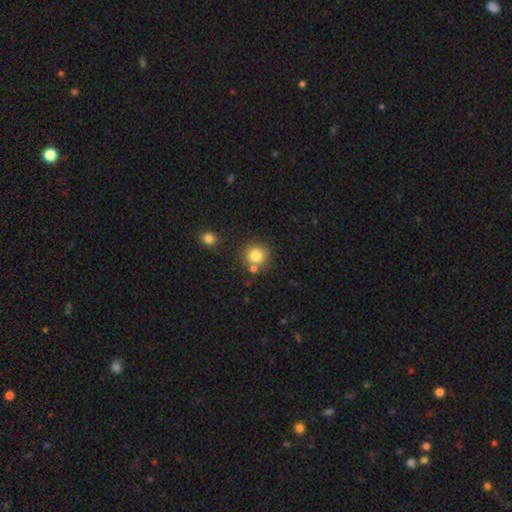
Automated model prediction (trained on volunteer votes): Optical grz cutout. It shows a smooth galaxy with no disk features (81%) that is round (90%). Merging: none (72%).